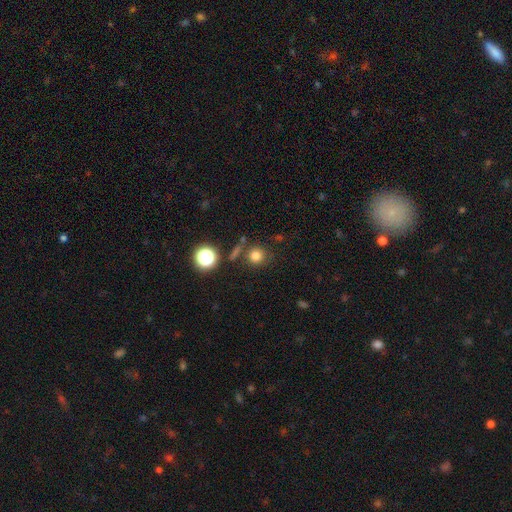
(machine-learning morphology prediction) smooth-or-featured: smooth: 77% | star or artifact: 16% | featured or disk: 7%
  how-rounded: round: 91% | in between: 8% | cigar-shaped: 1%
  merging: none: 76% | minor disturbance: 10% | merger: 9% | major disturbance: 5%